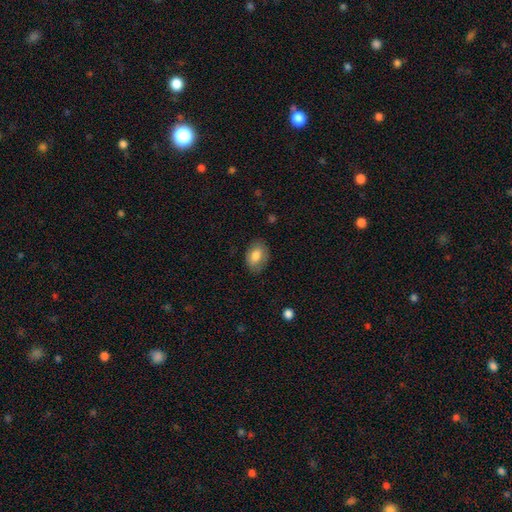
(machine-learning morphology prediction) Smooth or featured: smooth — 78% (featured or disk — 15%)
How rounded: in between — 84% (round — 15%)
Merging: none — 81% (minor disturbance — 14%)